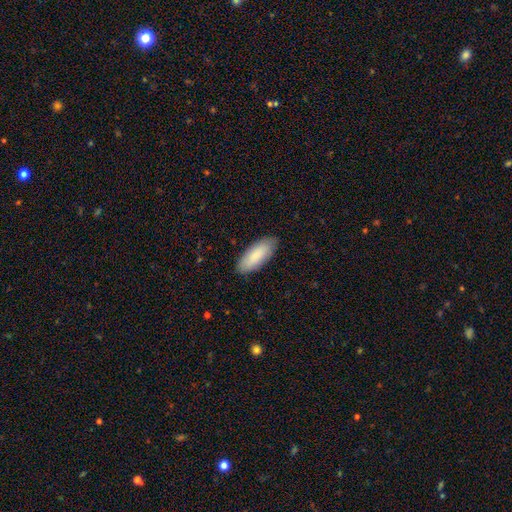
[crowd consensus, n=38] Q: Smooth or featured?
A: smooth (87%); runner-up: featured or disk (8%)
Q: How rounded?
A: in between (88%); runner-up: cigar-shaped (9%)
Q: Merging?
A: none (86%); runner-up: minor disturbance (8%)